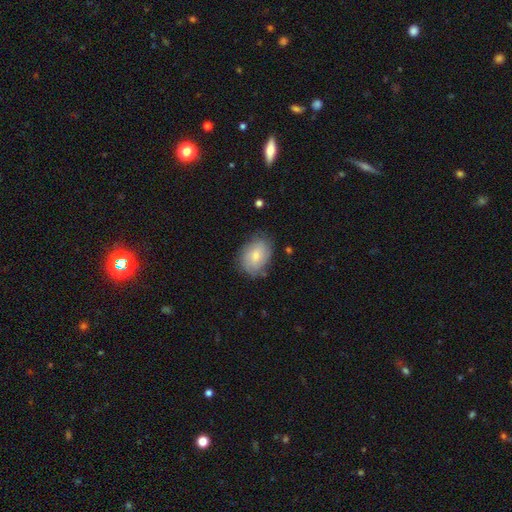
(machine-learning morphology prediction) The model was most divided on "smooth or featured": smooth: 60%, featured or disk: 33%, star or artifact: 7%. More confident: how rounded — in between (76%); merging — none (71%).